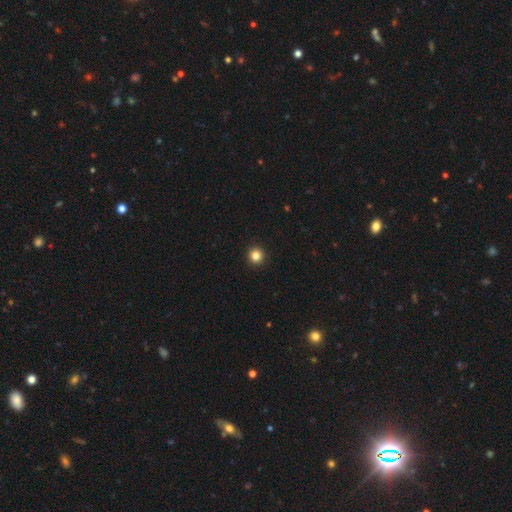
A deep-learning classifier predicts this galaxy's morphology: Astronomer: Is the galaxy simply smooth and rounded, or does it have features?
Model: smooth — 85%.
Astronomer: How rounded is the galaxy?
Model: round — 95%.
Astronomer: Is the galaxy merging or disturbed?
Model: none — 94%.